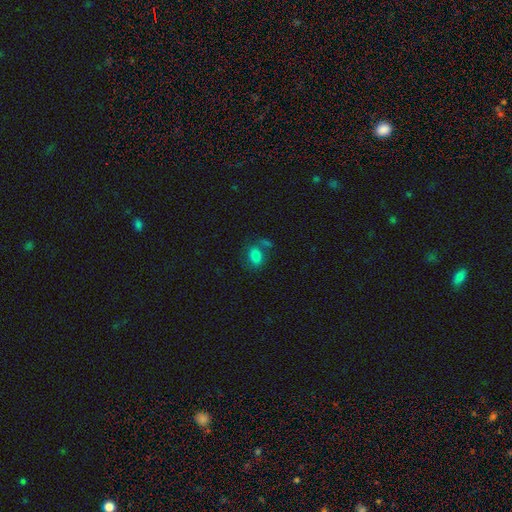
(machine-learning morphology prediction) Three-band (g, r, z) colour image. It shows a smooth galaxy with no disk features (79%) that is in between round and cigar-shaped (70%). Merging: none (58%).